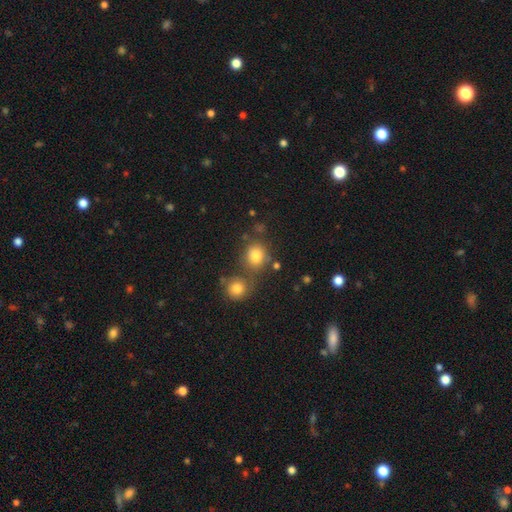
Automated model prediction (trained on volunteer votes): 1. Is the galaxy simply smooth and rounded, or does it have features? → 81% smooth, 12% star or artifact, 7% featured or disk.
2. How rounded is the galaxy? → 77% round, 22% in between, 1% cigar-shaped.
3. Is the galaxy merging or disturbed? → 54% none, 29% merger, 11% minor disturbance, 5% major disturbance.